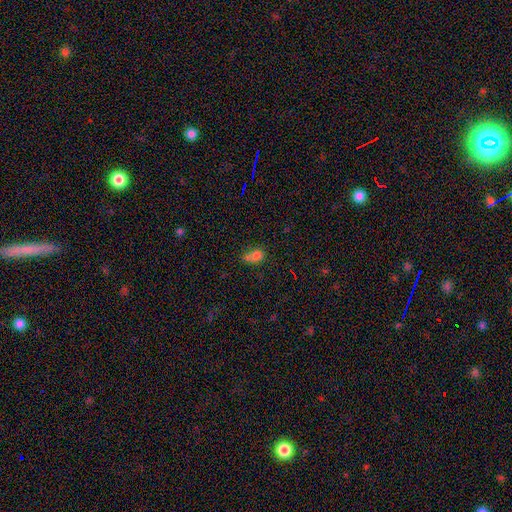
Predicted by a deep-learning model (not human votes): This is likely a smooth galaxy (74%). How rounded: possibly in between (55%). Merging: marginally merger (45%).